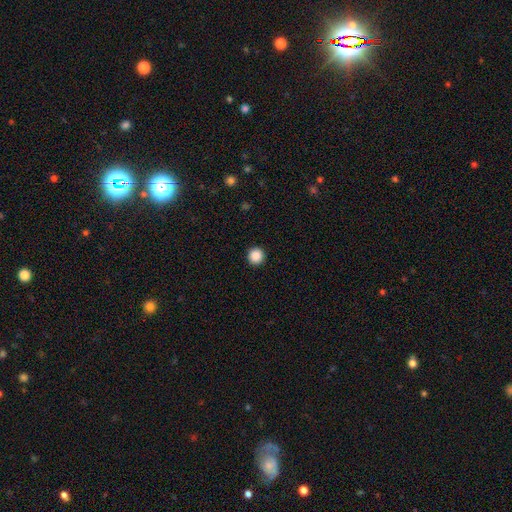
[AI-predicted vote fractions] smooth-or-featured: smooth: 88% | star or artifact: 9% | featured or disk: 2%
  how-rounded: round: 96% | in between: 3% | cigar-shaped: 1%
  merging: none: 93% | minor disturbance: 4% | major disturbance: 2% | merger: 1%